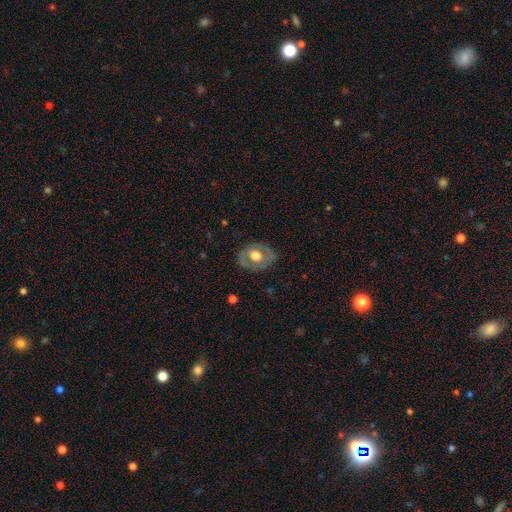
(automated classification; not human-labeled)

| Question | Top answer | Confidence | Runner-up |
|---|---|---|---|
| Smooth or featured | featured or disk | 50% | smooth (43%) |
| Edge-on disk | no | 93% | yes (7%) |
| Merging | none | 77% | minor disturbance (17%) |